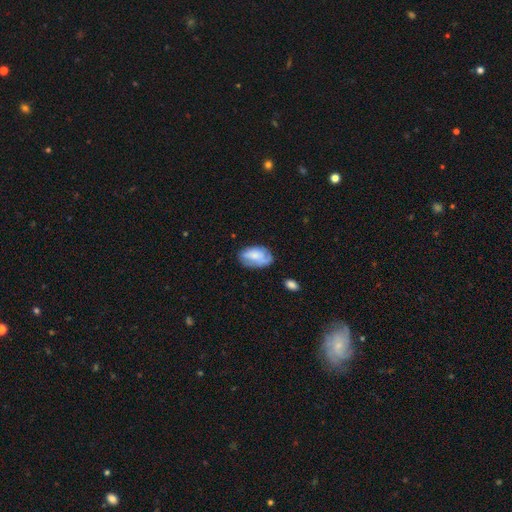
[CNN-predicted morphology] This is possibly a smooth galaxy (58%). How rounded: clearly in between (91%). Merging: possibly none (57%).